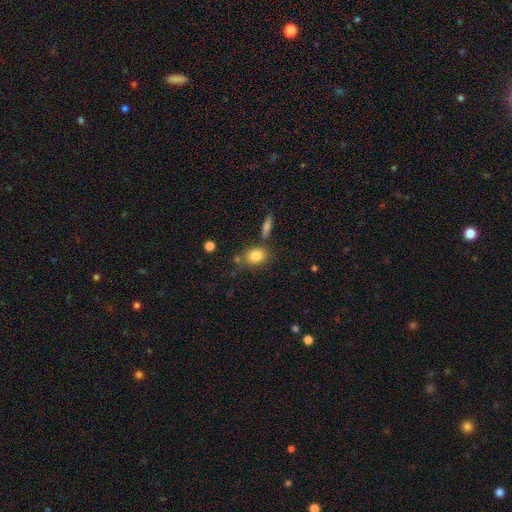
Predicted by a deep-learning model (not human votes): The model was most divided on "how rounded": in between: 61%, round: 37%, cigar-shaped: 2%. More confident: smooth or featured — smooth (82%); merging — none (69%).